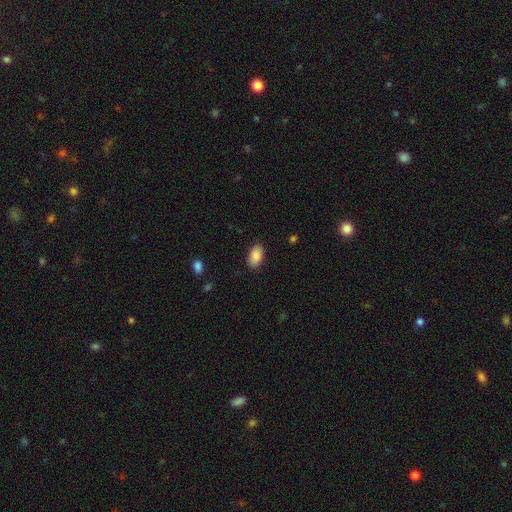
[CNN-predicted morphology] Q: Smooth or featured?
A: smooth (88%); runner-up: star or artifact (7%)
Q: How rounded?
A: in between (94%); runner-up: round (5%)
Q: Merging?
A: none (88%); runner-up: minor disturbance (9%)